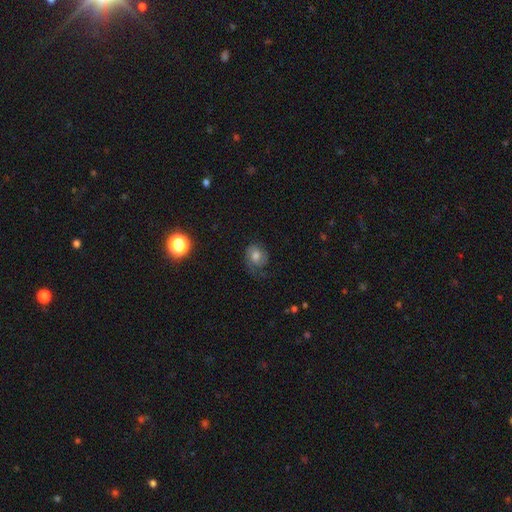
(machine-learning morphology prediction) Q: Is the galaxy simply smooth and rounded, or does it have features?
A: featured or disk — 54%.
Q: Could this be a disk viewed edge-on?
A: no — 97%.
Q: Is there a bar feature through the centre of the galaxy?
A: no — 71%.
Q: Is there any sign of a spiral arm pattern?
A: yes — 87%.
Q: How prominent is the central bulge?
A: moderate — 63%.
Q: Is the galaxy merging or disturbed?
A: none — 60%.